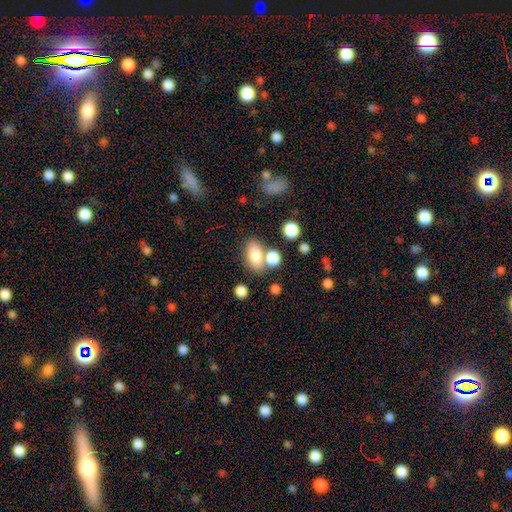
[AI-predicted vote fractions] This is likely a smooth galaxy (79%). How rounded: clearly in between (85%). Merging: possibly none (58%).